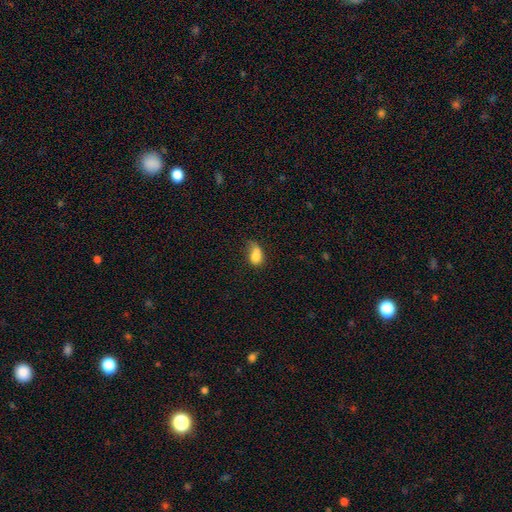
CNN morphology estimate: smooth_or_featured: smooth (p=0.80) [alt: featured or disk p=0.11]
how_rounded: in between (p=0.82) [alt: round p=0.15]
merging: minor disturbance (p=0.36) [alt: none p=0.34]